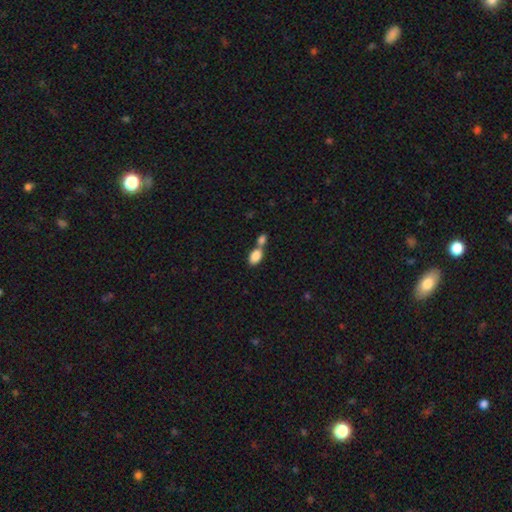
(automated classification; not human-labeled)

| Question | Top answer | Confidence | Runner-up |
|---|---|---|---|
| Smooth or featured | smooth | 85% | star or artifact (8%) |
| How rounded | in between | 89% | round (8%) |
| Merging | merger | 57% | none (32%) |